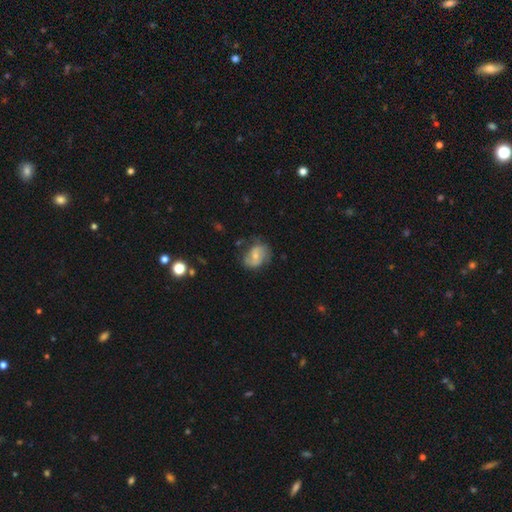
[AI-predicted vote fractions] Smooth or featured: featured or disk — 51% (smooth — 42%)
Edge-on disk: no — 96% (yes — 4%)
Merging: none — 60% (minor disturbance — 26%)